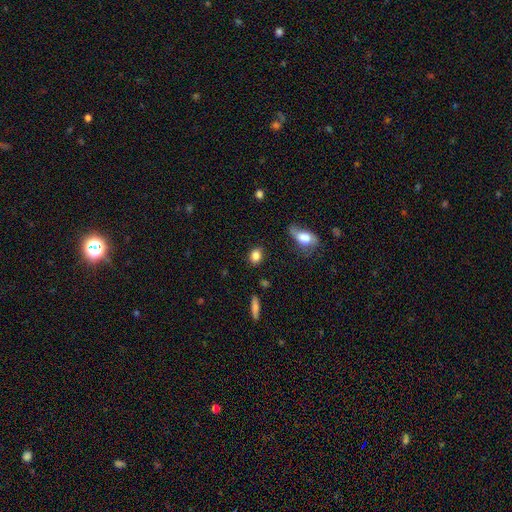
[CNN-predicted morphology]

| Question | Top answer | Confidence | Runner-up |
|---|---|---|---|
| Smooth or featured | smooth | 84% | star or artifact (9%) |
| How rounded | in between | 54% | round (43%) |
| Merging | none | 82% | minor disturbance (12%) |